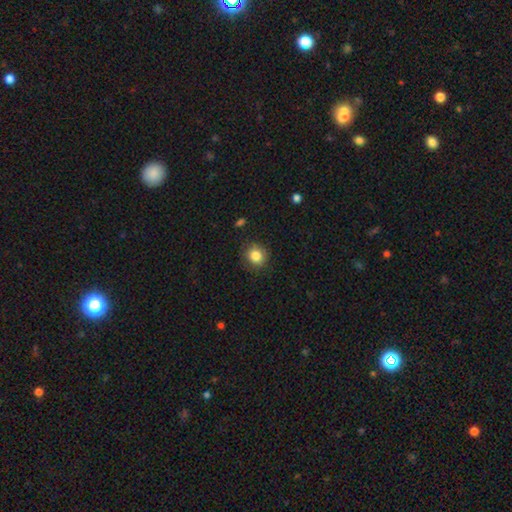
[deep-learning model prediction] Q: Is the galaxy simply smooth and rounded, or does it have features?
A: smooth — 84%.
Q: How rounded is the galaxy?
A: round — 86%.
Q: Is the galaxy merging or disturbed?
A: none — 85%.